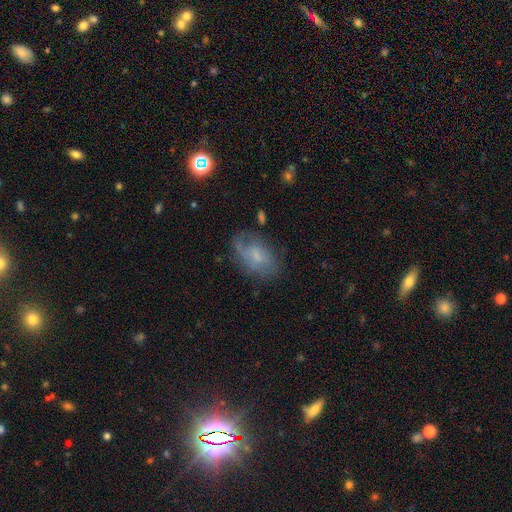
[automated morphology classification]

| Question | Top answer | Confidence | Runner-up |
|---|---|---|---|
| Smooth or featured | featured or disk | 46% | smooth (44%) |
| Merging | none | 57% | minor disturbance (25%) |